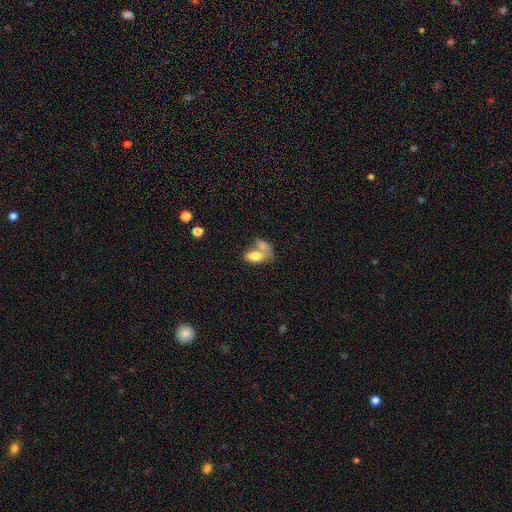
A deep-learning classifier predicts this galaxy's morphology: smooth-or-featured: smooth: 77% | featured or disk: 16% | star or artifact: 7%
  how-rounded: in between: 90% | round: 6% | cigar-shaped: 4%
  merging: merger: 60% | none: 24% | minor disturbance: 9% | major disturbance: 7%